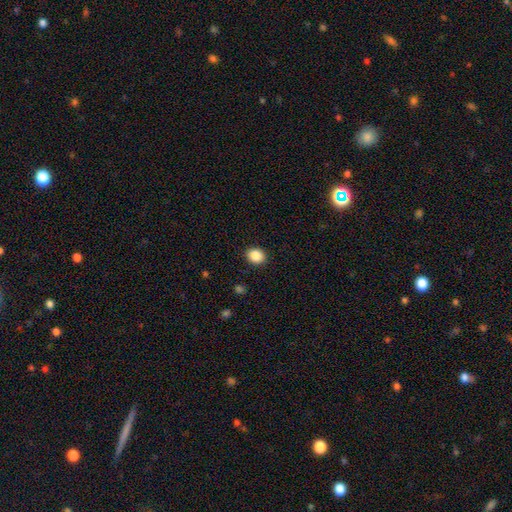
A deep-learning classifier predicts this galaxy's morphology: smooth 88%, star or artifact 9%, featured or disk 4%. Down the decision tree: how rounded — round (59%); merging — none (90%).